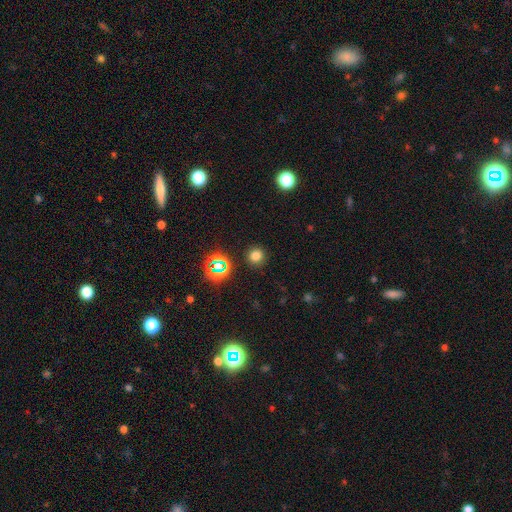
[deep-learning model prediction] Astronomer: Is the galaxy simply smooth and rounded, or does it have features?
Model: smooth — 74%.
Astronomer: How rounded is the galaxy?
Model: round — 93%.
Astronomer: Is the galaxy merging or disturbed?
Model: none — 89%.